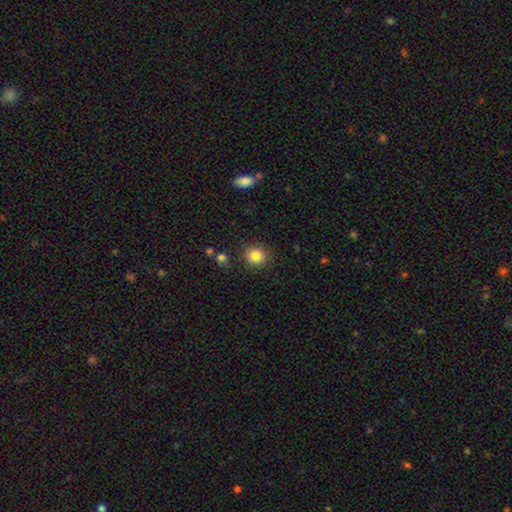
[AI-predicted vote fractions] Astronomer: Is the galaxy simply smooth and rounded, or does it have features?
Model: smooth — 85%.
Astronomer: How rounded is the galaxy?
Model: round — 85%.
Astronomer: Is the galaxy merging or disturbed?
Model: none — 86%.